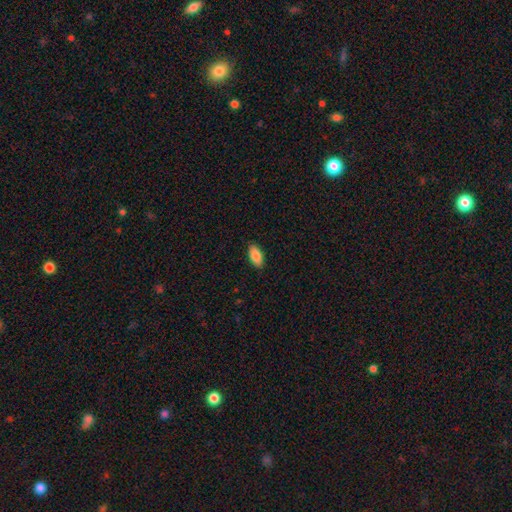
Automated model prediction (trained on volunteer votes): This is clearly a smooth galaxy (88%). How rounded: clearly in between (92%). Merging: clearly none (88%).